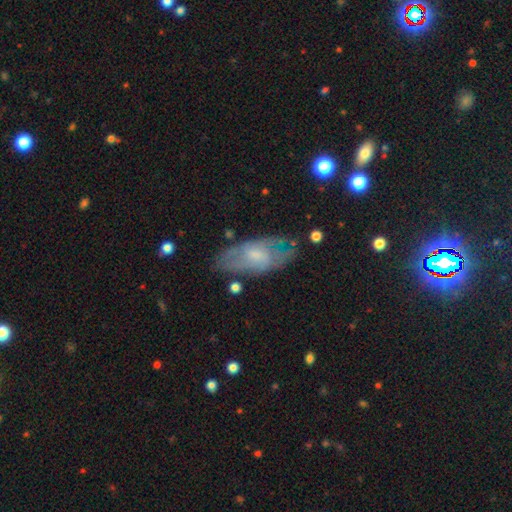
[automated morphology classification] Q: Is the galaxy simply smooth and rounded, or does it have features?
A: featured or disk — 57%.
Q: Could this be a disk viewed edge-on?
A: no — 89%.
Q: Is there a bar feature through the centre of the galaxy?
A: no — 55%.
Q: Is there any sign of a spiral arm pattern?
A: yes — 65%.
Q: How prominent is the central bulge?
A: small — 43%.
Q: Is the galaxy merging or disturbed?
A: none — 57%.